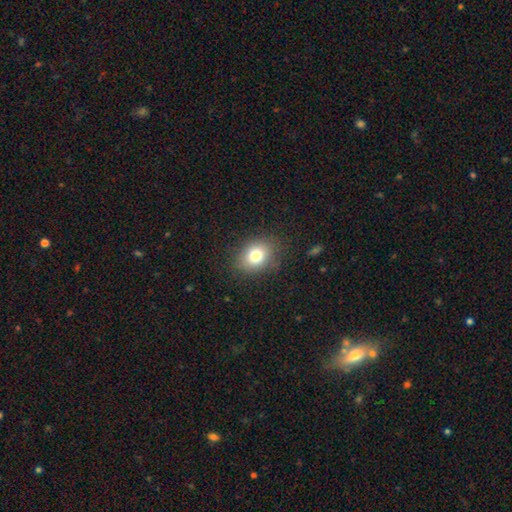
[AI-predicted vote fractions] This is likely a smooth galaxy (77%). How rounded: possibly in between (54%). Merging: clearly none (83%).